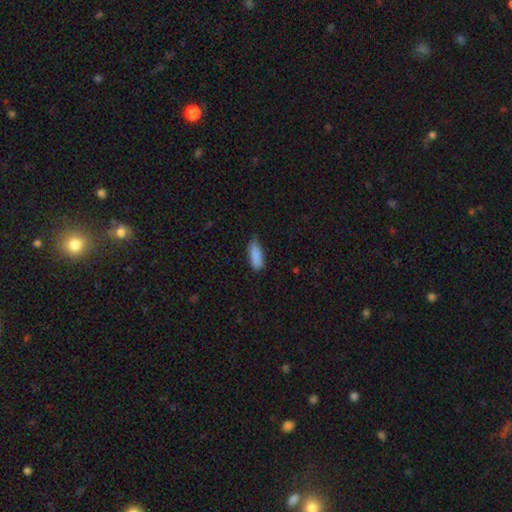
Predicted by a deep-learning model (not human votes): This is clearly a smooth galaxy (88%). How rounded: likely in between (67%). Merging: likely none (70%).